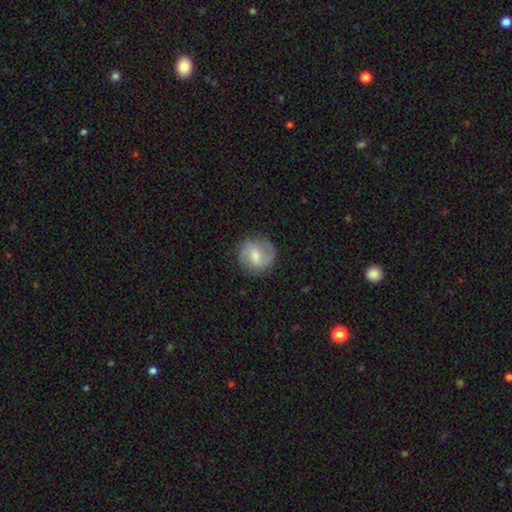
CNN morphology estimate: The model was most divided on "bulge size": moderate: 49%, small: 39%, none: 6%, large: 5%, dominant: 1%. Remaining: edge-on disk — no (98%); spiral arms — yes (92%); spiral arm count — 2 (83%); merging — none (81%); smooth or featured — featured or disk (63%); bar — weak (54%); spiral winding — medium (47%).